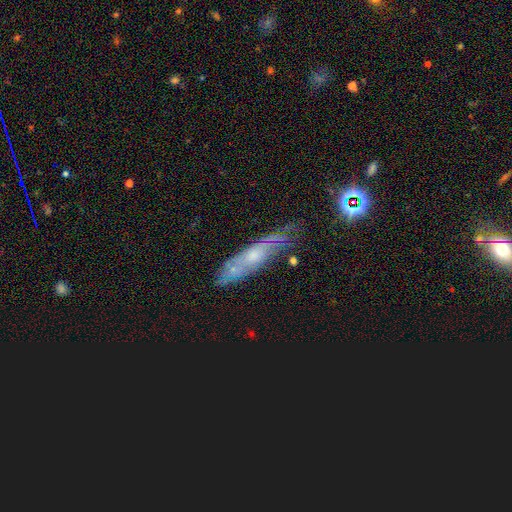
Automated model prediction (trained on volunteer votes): This is possibly a featured or disk galaxy (55%). It is possibly not viewed edge-on (56%). Merging: likely none (72%).